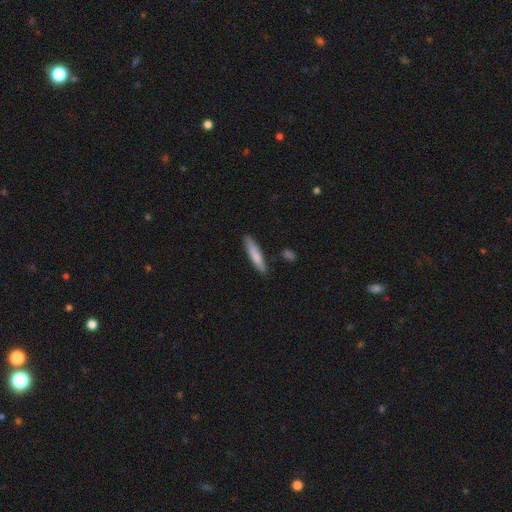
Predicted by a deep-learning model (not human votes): Smooth or featured: smooth — 78% (featured or disk — 17%)
How rounded: cigar-shaped — 88% (in between — 11%)
Merging: none — 84% (minor disturbance — 11%)